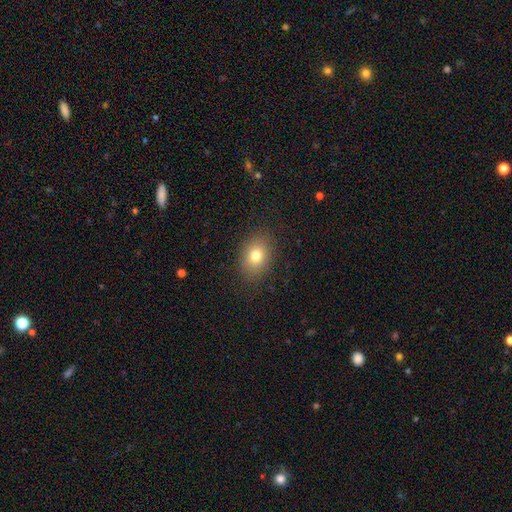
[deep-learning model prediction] Smooth or featured: smooth — 77% (star or artifact — 12%)
How rounded: in between — 63% (round — 36%)
Merging: none — 87% (minor disturbance — 9%)